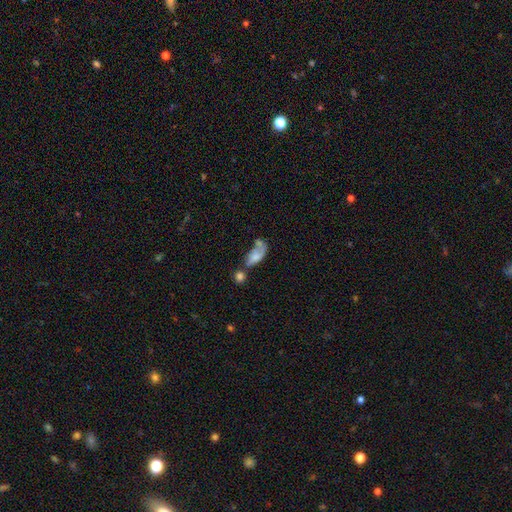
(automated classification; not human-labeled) Morphology: type=smooth (56%); roundness=in between (83%); merging=merger (38%).